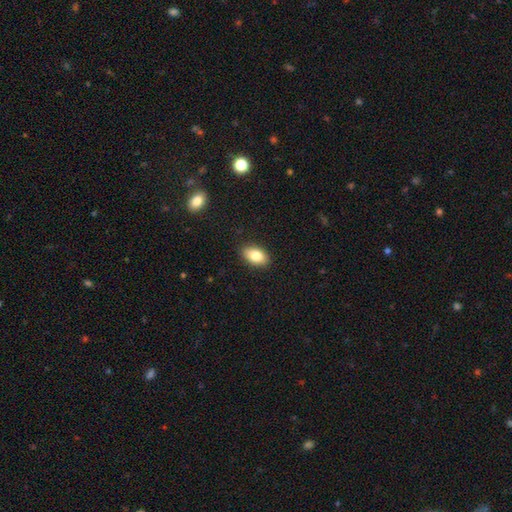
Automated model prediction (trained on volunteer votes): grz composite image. It shows a smooth galaxy with no disk features (82%) that is in between round and cigar-shaped (91%). Merging: none (89%).